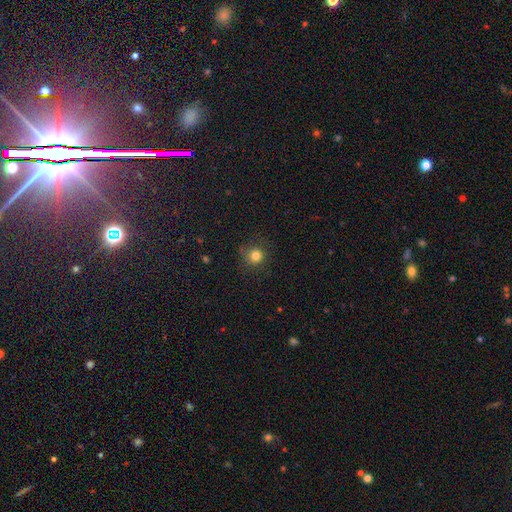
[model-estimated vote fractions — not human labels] Morphology: type=smooth (81%); roundness=round (93%); merging=none (82%).